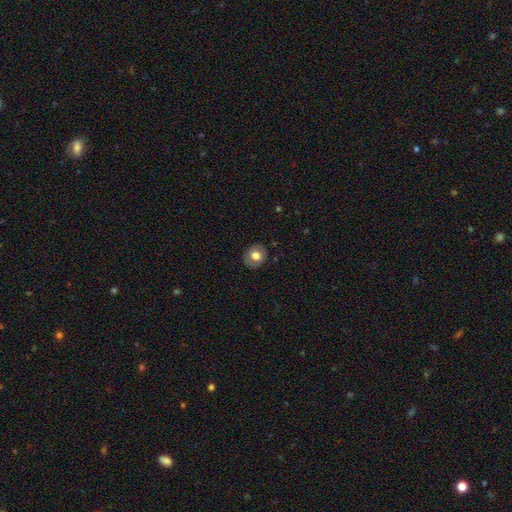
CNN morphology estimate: Q: Smooth or featured?
A: smooth (69%); runner-up: featured or disk (23%)
Q: How rounded?
A: round (68%); runner-up: in between (32%)
Q: Merging?
A: none (85%); runner-up: minor disturbance (11%)